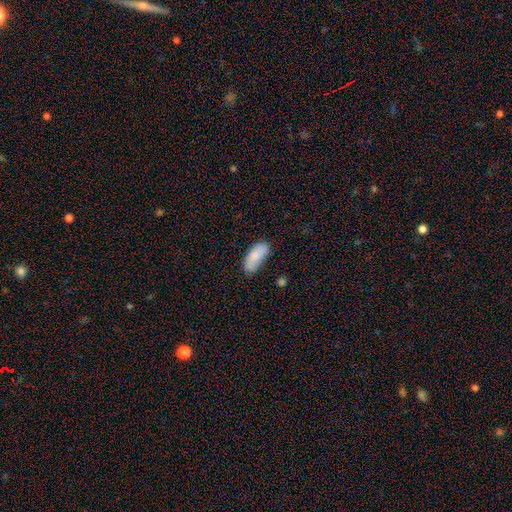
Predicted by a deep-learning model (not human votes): Morphology: type=smooth (79%); roundness=in between (87%); merging=none (65%).